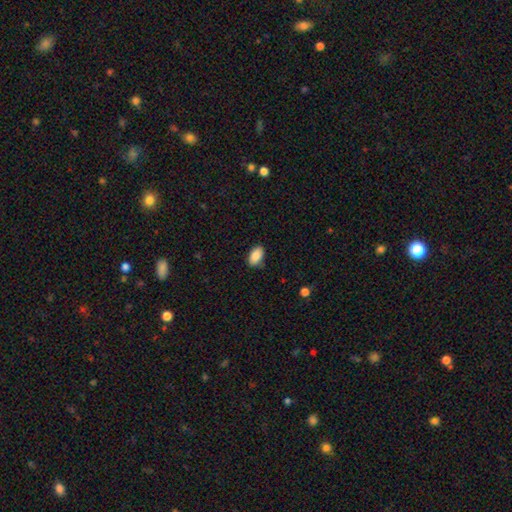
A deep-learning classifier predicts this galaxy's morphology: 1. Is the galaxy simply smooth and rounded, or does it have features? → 89% smooth, 7% star or artifact, 4% featured or disk.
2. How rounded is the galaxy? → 94% in between, 4% round, 2% cigar-shaped.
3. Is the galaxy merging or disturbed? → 85% none, 12% minor disturbance, 2% major disturbance, 1% merger.